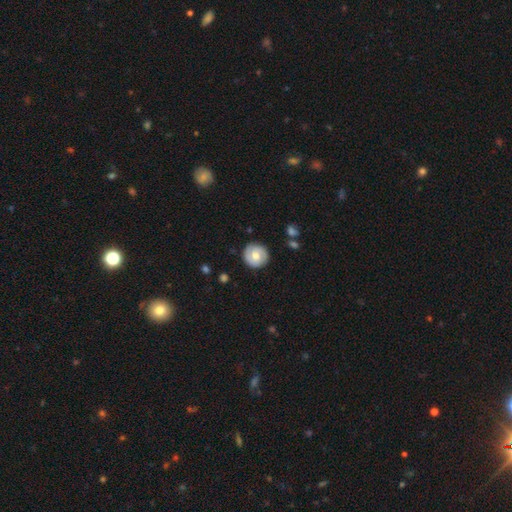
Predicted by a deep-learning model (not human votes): This appears to be a smooth galaxy with no disk features (57%) that is round (93%). Merging: none (86%).